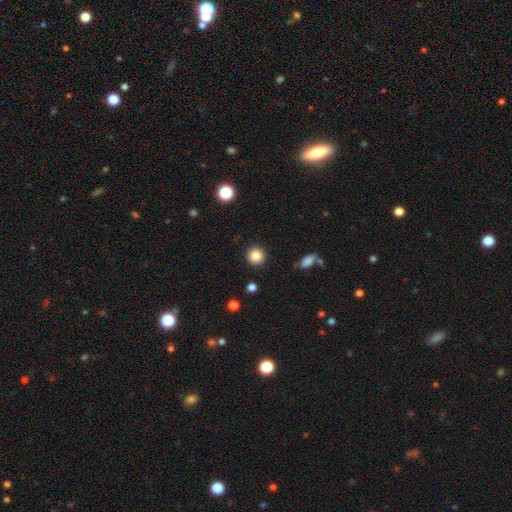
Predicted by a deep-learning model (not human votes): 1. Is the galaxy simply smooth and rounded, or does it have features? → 86% smooth, 10% star or artifact, 5% featured or disk.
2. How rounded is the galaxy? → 93% round, 6% in between, 1% cigar-shaped.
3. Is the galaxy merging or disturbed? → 91% none, 6% minor disturbance, 2% major disturbance, 1% merger.